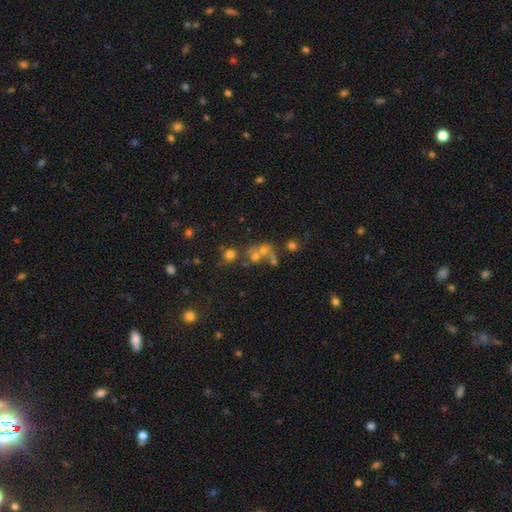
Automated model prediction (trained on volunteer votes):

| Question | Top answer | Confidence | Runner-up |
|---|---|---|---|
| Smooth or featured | smooth | 55% | featured or disk (23%) |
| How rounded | round | 74% | in between (25%) |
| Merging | merger | 46% | none (37%) |